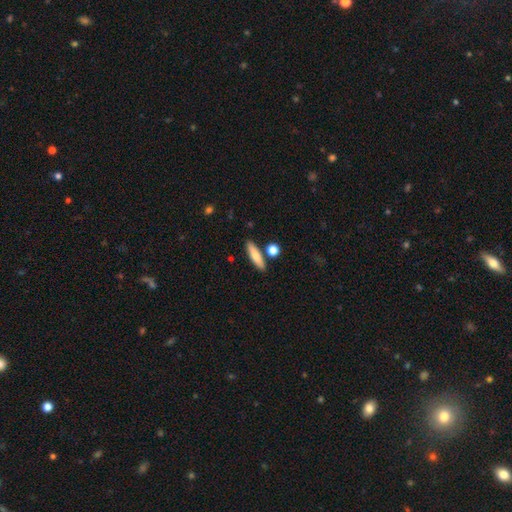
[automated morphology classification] A smooth galaxy with no disk features (77%) that is cigar-shaped (71%). Merging: none (83%).